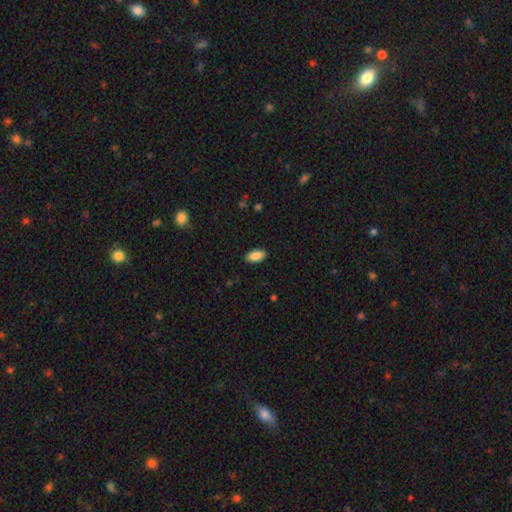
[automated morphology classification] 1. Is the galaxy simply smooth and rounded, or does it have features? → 87% smooth, 7% star or artifact, 6% featured or disk.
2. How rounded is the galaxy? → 93% in between, 4% cigar-shaped, 3% round.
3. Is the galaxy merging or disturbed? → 89% none, 8% minor disturbance, 2% major disturbance, 1% merger.